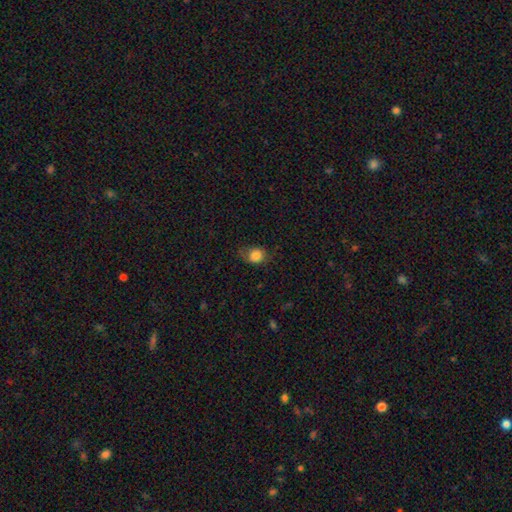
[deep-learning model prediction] Smooth or featured? smooth (81%)
How rounded? round (60%)
Merging? none (56%)